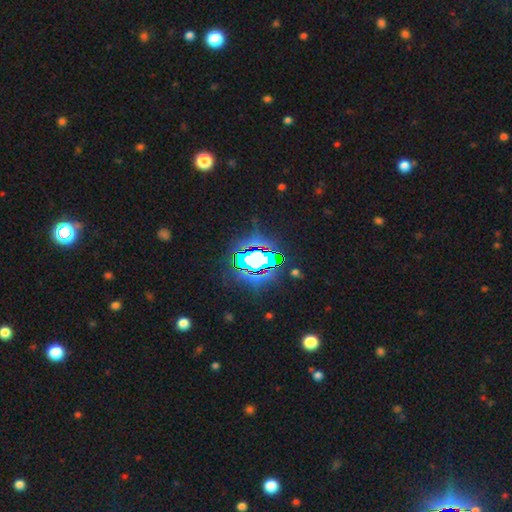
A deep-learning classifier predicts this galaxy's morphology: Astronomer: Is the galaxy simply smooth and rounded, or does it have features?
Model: star or artifact — 70%.